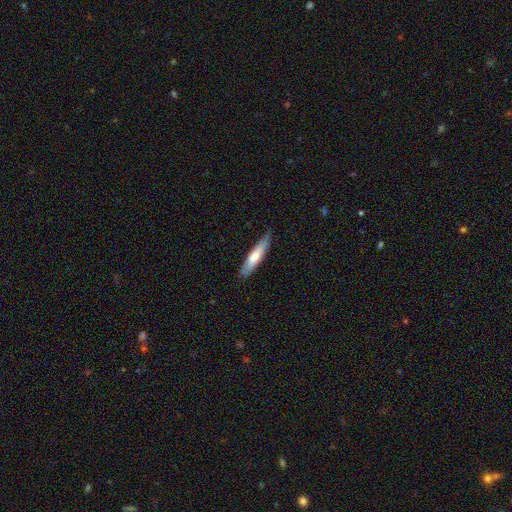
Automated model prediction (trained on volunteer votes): Q: Smooth or featured?
A: smooth (63%); runner-up: featured or disk (32%)
Q: How rounded?
A: cigar-shaped (84%); runner-up: in between (15%)
Q: Merging?
A: none (83%); runner-up: minor disturbance (14%)